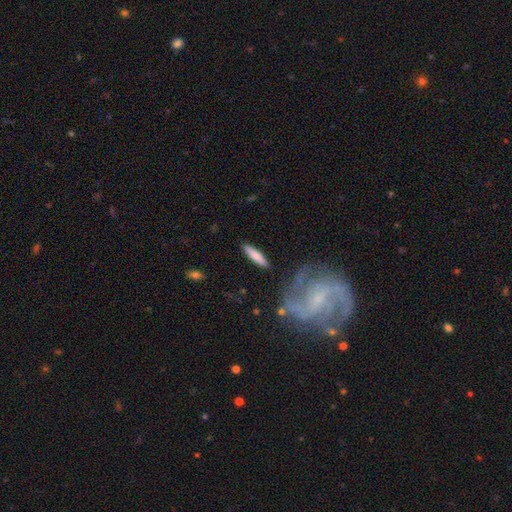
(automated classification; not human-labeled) A smooth galaxy with no disk features (77%) that is cigar-shaped (81%). Merging: none (87%).